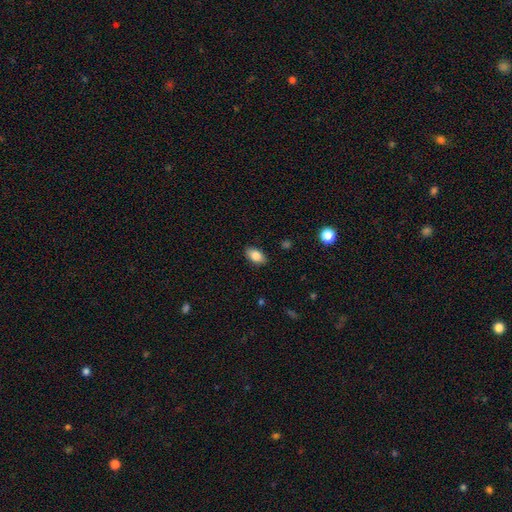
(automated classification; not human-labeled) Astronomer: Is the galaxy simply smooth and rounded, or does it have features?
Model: smooth — 85%.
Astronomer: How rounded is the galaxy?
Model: in between — 91%.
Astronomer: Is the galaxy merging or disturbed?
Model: none — 87%.